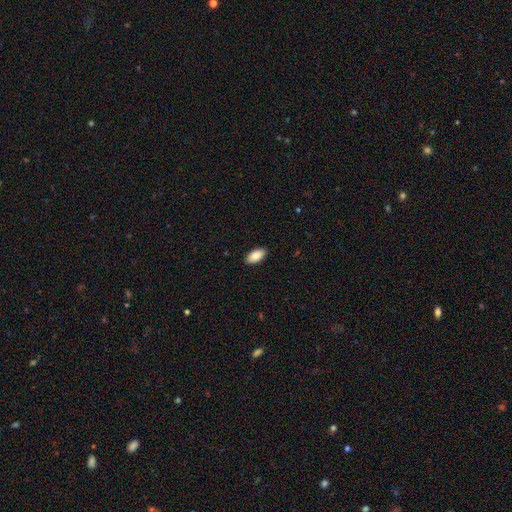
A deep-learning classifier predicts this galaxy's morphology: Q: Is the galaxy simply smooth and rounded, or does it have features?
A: smooth — 89%.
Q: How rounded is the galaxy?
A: in between — 94%.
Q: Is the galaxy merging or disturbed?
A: none — 90%.